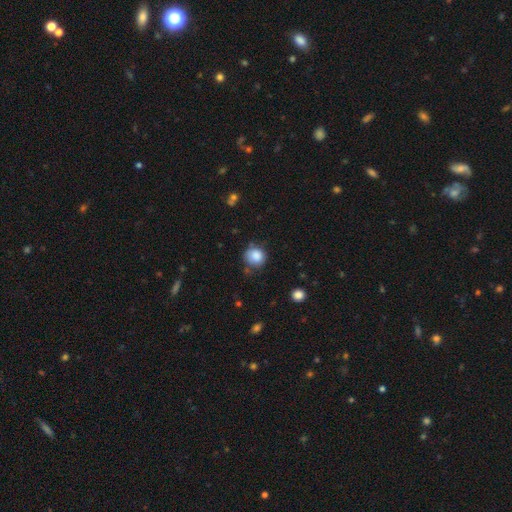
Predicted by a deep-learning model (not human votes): smooth_or_featured: smooth (p=0.85) [alt: star or artifact p=0.09]
how_rounded: round (p=0.86) [alt: in between p=0.13]
merging: none (p=0.69) [alt: minor disturbance p=0.21]